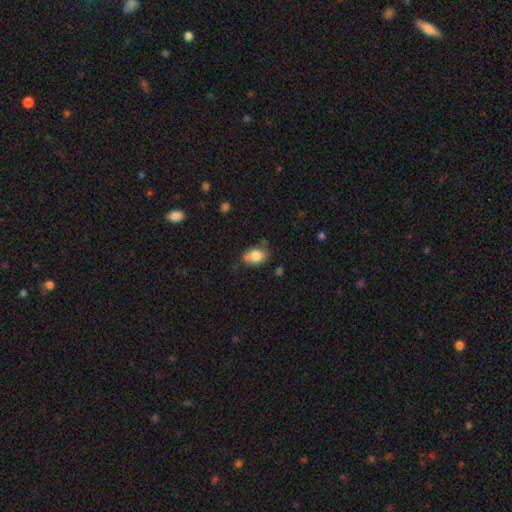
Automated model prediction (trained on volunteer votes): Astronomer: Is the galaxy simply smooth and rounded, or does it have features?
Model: smooth — 79%.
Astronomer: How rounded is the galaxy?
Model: in between — 74%.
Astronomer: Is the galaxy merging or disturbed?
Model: none — 64%.